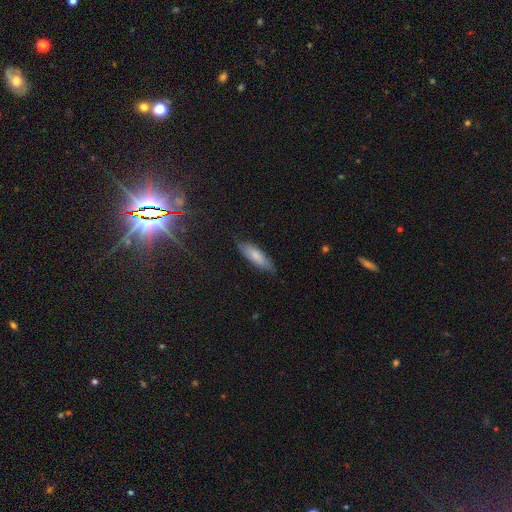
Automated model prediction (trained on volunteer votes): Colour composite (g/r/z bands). It shows a smooth galaxy with no disk features (78%) that is in between round and cigar-shaped (50%). Merging: none (79%).